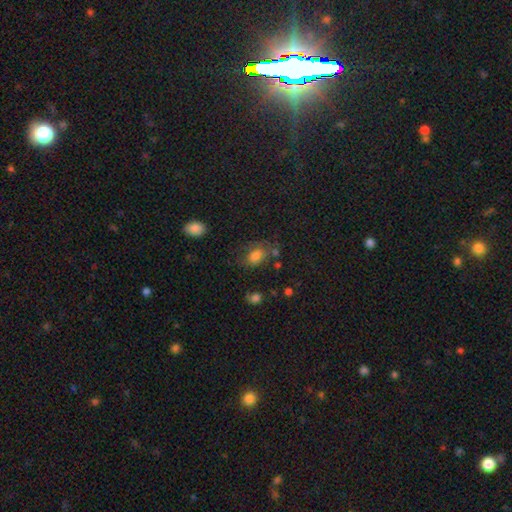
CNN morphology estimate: Q: Smooth or featured?
A: smooth (71%); runner-up: featured or disk (15%)
Q: How rounded?
A: in between (74%); runner-up: round (24%)
Q: Merging?
A: none (51%); runner-up: minor disturbance (25%)